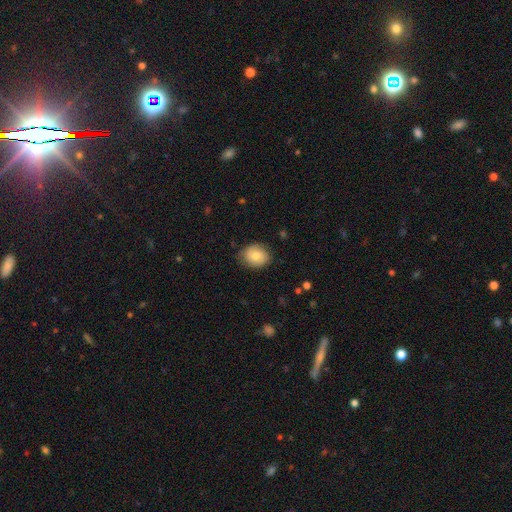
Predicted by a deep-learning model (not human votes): smooth-or-featured: smooth: 73% | featured or disk: 20% | star or artifact: 8%
  how-rounded: round: 63% | in between: 36% | cigar-shaped: 1%
  merging: none: 80% | minor disturbance: 16% | major disturbance: 3% | merger: 1%